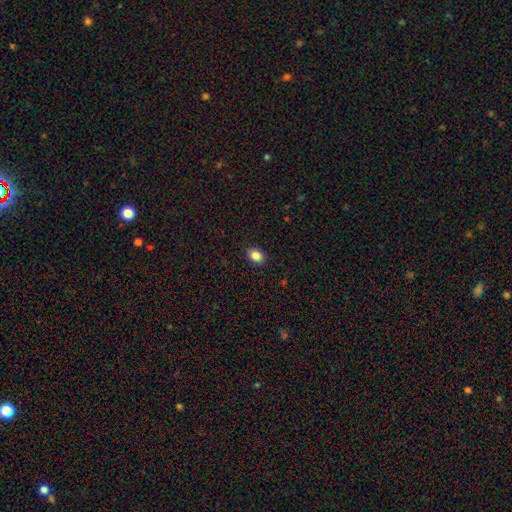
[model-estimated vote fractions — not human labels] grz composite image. It shows a smooth galaxy with no disk features (86%) that is in between round and cigar-shaped (59%). Merging: none (91%).